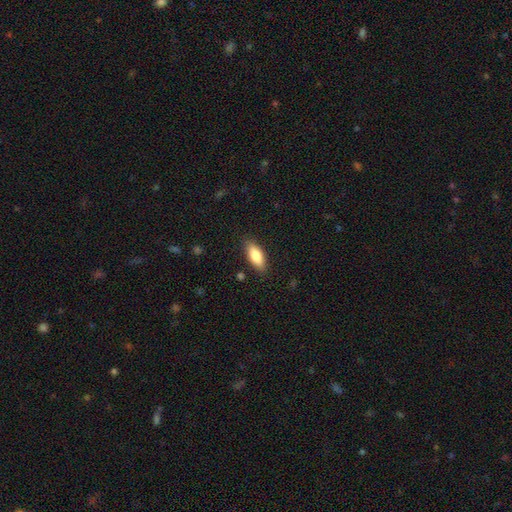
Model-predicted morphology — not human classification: smooth_or_featured: smooth (p=0.81) [alt: featured or disk p=0.12]
how_rounded: in between (p=0.76) [alt: cigar-shaped p=0.21]
merging: none (p=0.86) [alt: minor disturbance p=0.11]